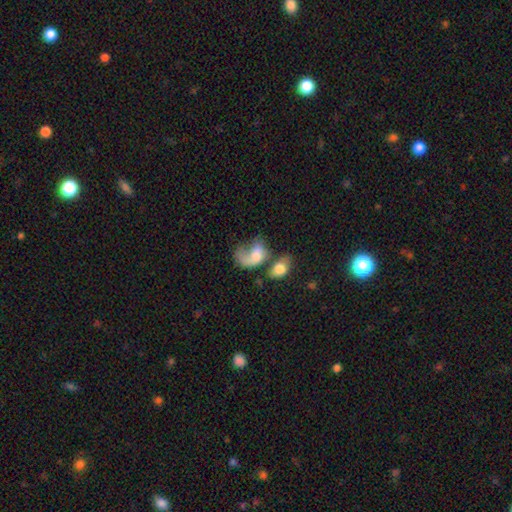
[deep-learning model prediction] Morphology: type=smooth (50%); roundness=in between (74%); merging=merger (41%).